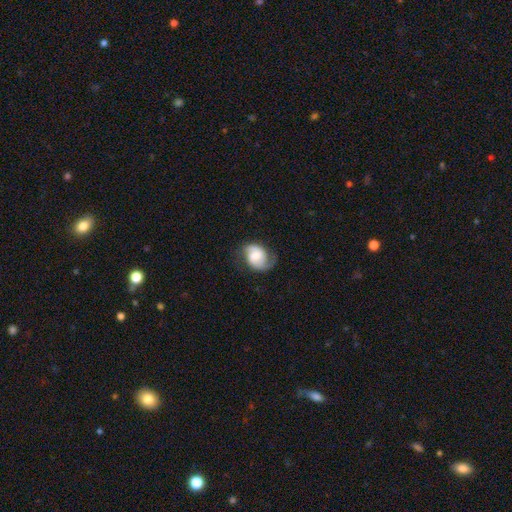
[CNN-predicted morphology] A featured or disk galaxy (58%) with no bar (57%), 2 (75%) medium (40%) spiral arms (89%) and a moderate central bulge (46%). Merging: none (57%).